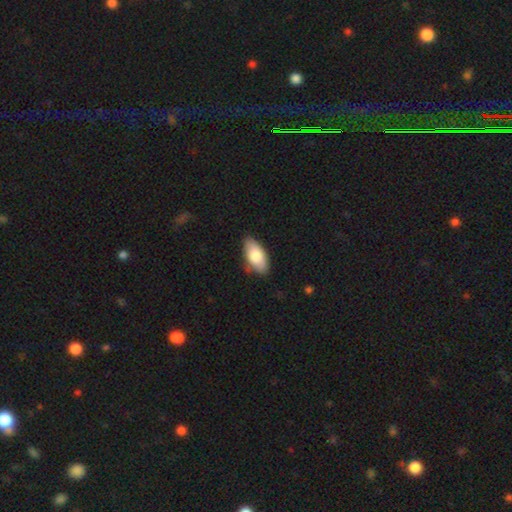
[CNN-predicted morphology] Smooth or featured? Predicted: smooth (p=0.80). How rounded? Predicted: in between (p=0.93). Merging? Predicted: none (p=0.78).